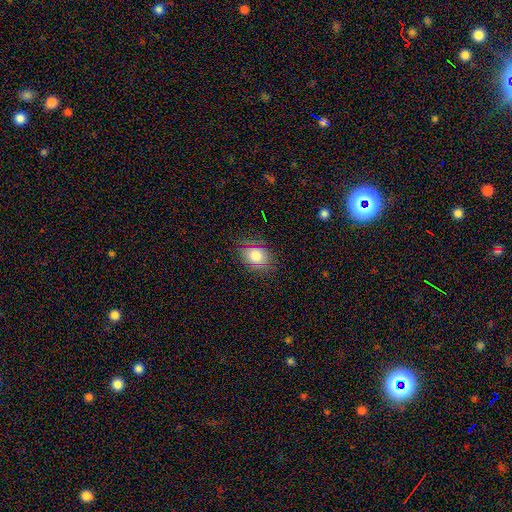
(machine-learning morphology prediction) Smooth or featured? smooth (75%)
How rounded? in between (55%)
Merging? none (81%)